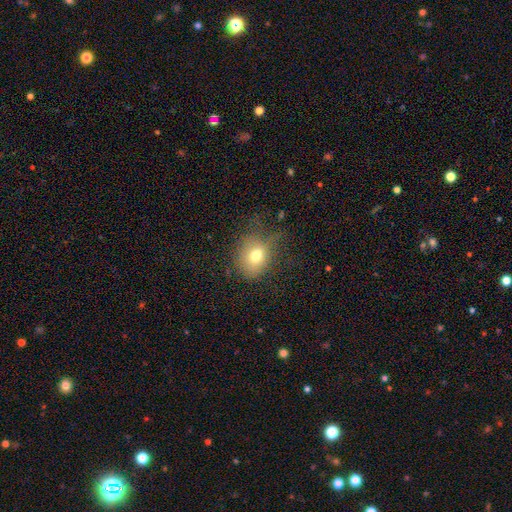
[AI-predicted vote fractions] Smooth or featured? smooth (72%)
How rounded? in between (50%)
Merging? none (51%)